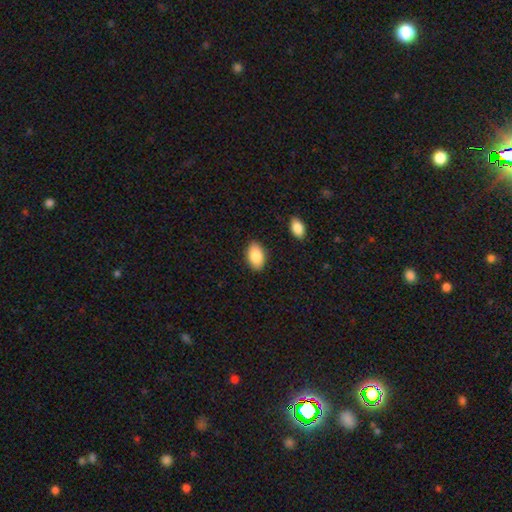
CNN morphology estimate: Overall: smooth (87%). How rounded: in between (93%). Merging: none (87%).